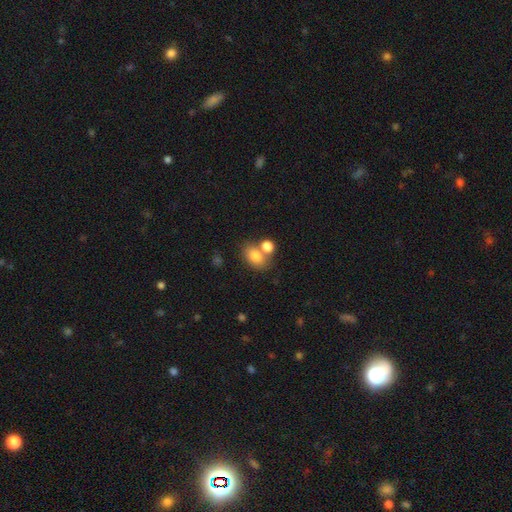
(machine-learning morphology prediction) This is likely a smooth galaxy (80%). How rounded: likely in between (70%). Merging: possibly none (55%).